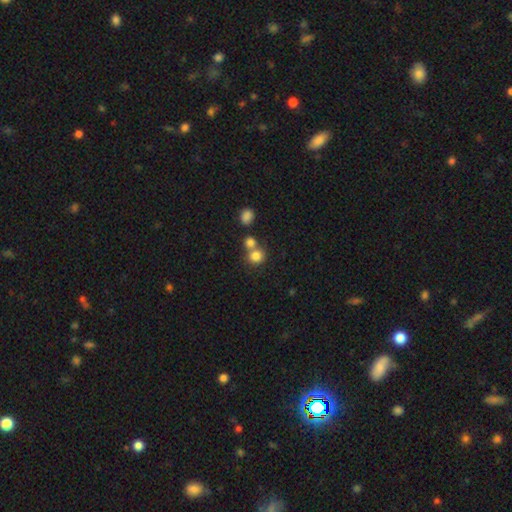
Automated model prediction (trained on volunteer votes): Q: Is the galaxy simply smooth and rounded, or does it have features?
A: smooth — 81%.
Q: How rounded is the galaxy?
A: round — 86%.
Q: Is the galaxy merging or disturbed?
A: none — 51%.